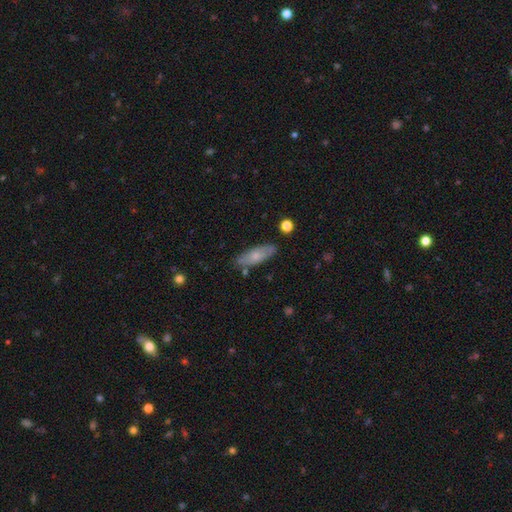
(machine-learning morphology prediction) A smooth galaxy with no disk features (62%) that is in between round and cigar-shaped (63%). Merging: none (80%).